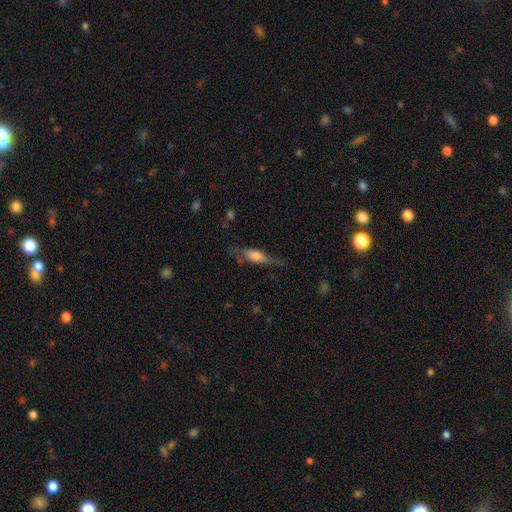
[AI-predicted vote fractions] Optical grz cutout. It shows a smooth galaxy with no disk features (53%) that is cigar-shaped (49%). Merging: none (54%).